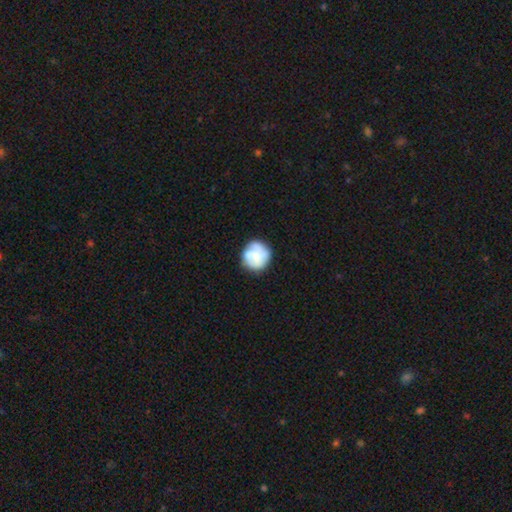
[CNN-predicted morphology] smooth_or_featured: smooth (p=0.57) [alt: featured or disk p=0.35]
how_rounded: round (p=0.89) [alt: in between p=0.10]
merging: none (p=0.74) [alt: minor disturbance p=0.18]